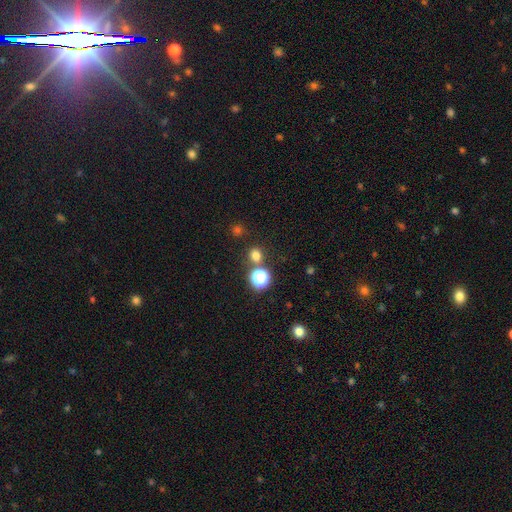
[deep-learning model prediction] Smooth or featured? Predicted: smooth (p=0.71). How rounded? Predicted: round (p=0.82). Merging? Predicted: none (p=0.78).